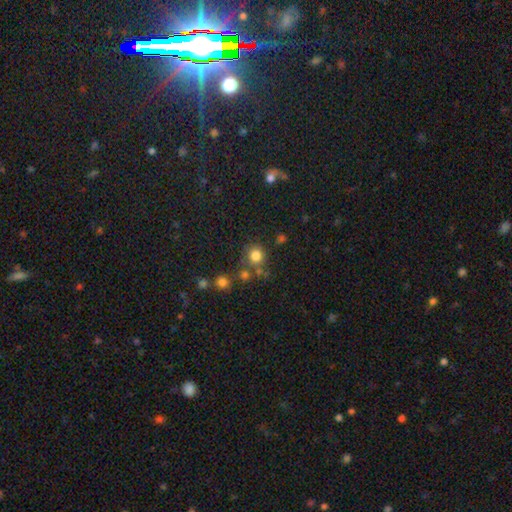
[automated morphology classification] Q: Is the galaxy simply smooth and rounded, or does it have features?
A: smooth — 79%.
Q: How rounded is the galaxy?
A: round — 89%.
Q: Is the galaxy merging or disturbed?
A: none — 71%.